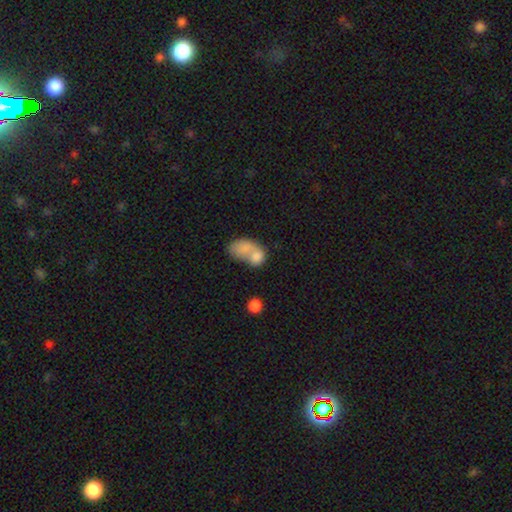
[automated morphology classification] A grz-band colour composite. It shows a smooth galaxy with no disk features (74%) that is in between round and cigar-shaped (80%). Merging: merger (66%).